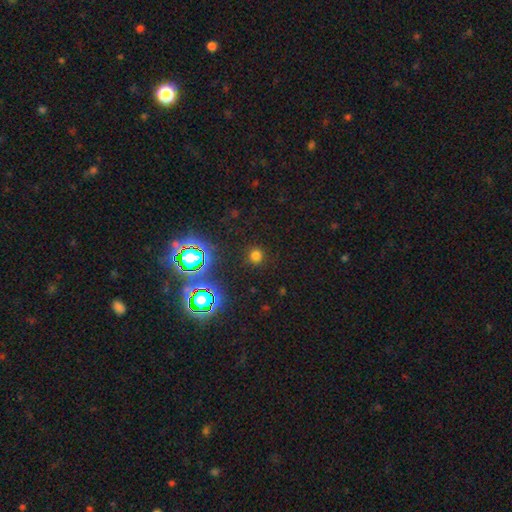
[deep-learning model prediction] smooth-or-featured: smooth: 69% | star or artifact: 25% | featured or disk: 5%
  how-rounded: round: 92% | in between: 7% | cigar-shaped: 1%
  merging: none: 90% | minor disturbance: 6% | major disturbance: 3% | merger: 2%